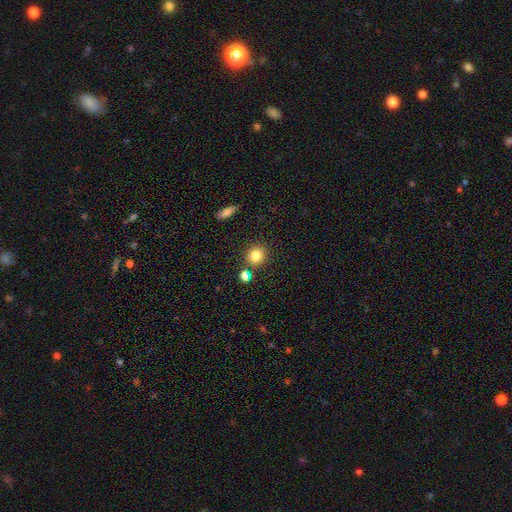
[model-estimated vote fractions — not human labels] Smooth or featured: smooth — 81% (star or artifact — 12%)
How rounded: round — 86% (in between — 13%)
Merging: none — 81% (merger — 8%)